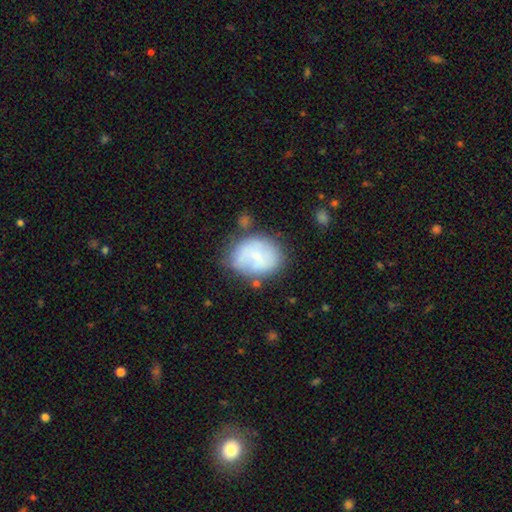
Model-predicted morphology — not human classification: Overall: smooth (57%; featured or disk 34%). How rounded: in between (58%; round 41%). Merging: none (53%; minor disturbance 27%).